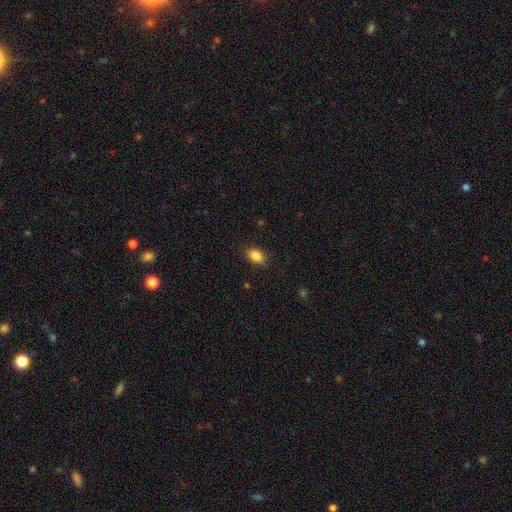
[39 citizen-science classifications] Overall: smooth (92%). How rounded: in between (89%). Merging: none (82%).